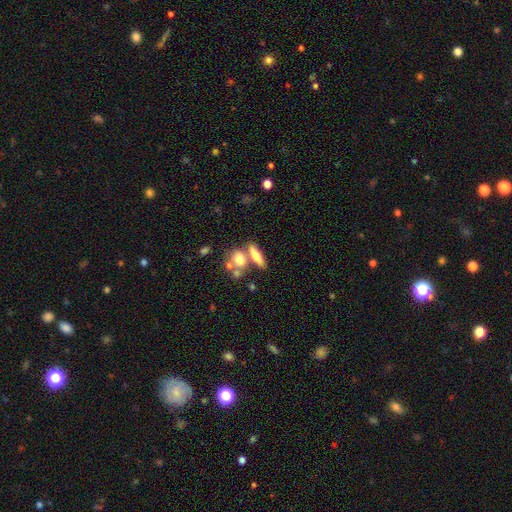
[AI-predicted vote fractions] smooth 64%, featured or disk 27%, star or artifact 8%. Down the decision tree: how rounded — in between (48%); merging — none (51%).